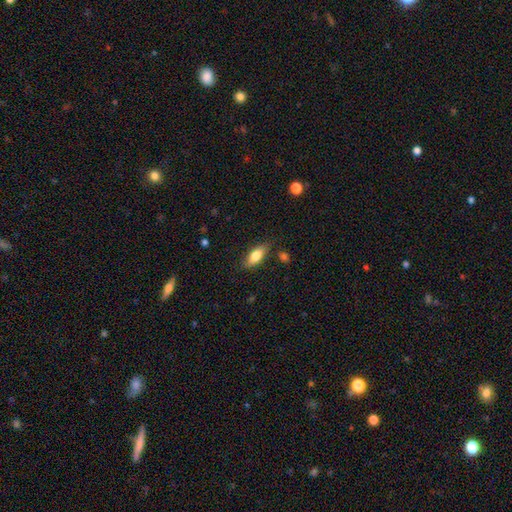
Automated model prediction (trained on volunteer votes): Overall: smooth (76%). How rounded: in between (77%). Merging: none (80%).